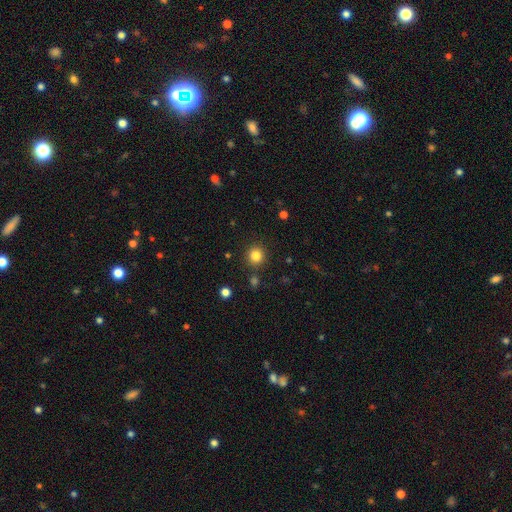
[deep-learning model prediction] A smooth galaxy with no disk features (83%) that is round (93%). Merging: none (88%).